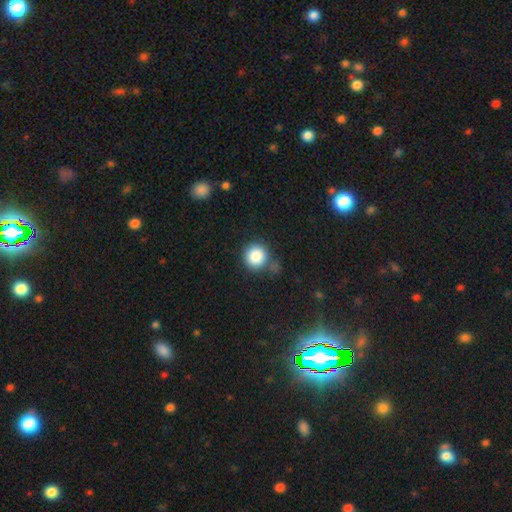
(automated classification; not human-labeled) Smooth or featured?
  - smooth: 86% *
  - star or artifact: 9%
  - featured or disk: 5%
How rounded?
  - round: 92% *
  - in between: 7%
  - cigar-shaped: 1%
Merging?
  - none: 67% *
  - minor disturbance: 16%
  - merger: 11%
  - major disturbance: 6%